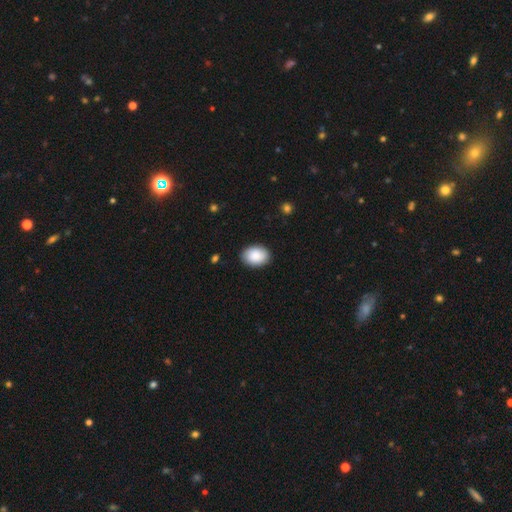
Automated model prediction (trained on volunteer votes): Smooth or featured?
  - smooth: 89% *
  - star or artifact: 6%
  - featured or disk: 5%
How rounded?
  - in between: 78% *
  - round: 21%
  - cigar-shaped: 1%
Merging?
  - none: 88% *
  - minor disturbance: 9%
  - major disturbance: 2%
  - merger: 1%